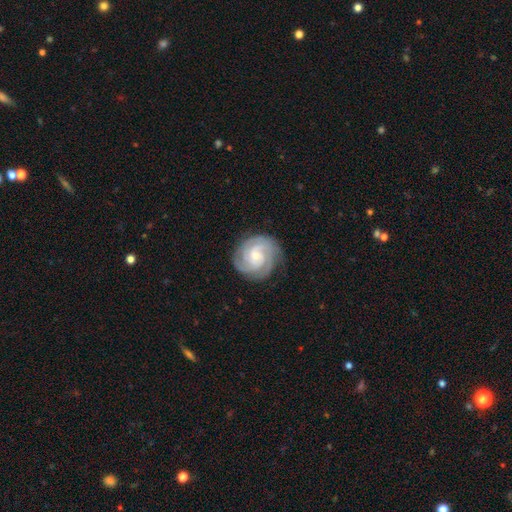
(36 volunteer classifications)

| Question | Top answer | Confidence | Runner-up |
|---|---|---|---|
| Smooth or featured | featured or disk | 89% | smooth (8%) |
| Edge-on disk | no | 100% | — |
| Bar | no | 66% | weak (19%) |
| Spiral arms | yes | 94% | no (6%) |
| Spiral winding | tight | 77% | medium (17%) |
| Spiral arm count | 4 | 37% | can't tell (23%) |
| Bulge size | small | 75% | moderate (22%) |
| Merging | none | 83% | minor disturbance (11%) |